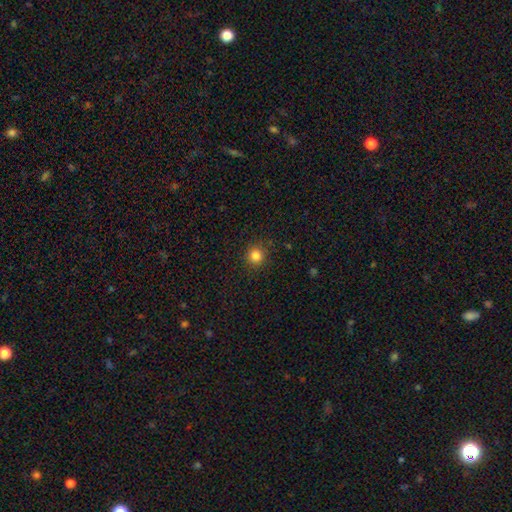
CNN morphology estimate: Smooth or featured? smooth (83%)
How rounded? round (93%)
Merging? none (90%)